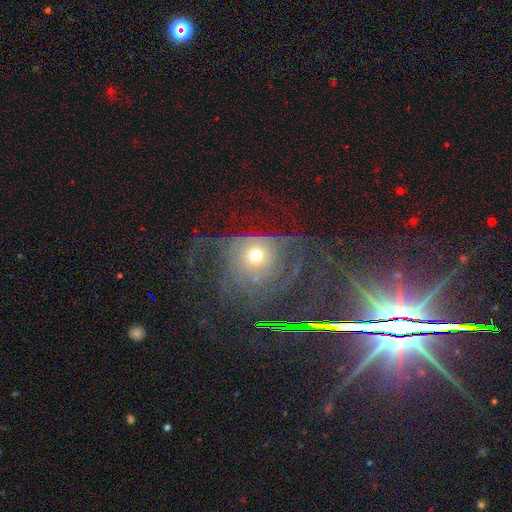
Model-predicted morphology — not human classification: A featured or disk galaxy (52%). Merging: none (52%).